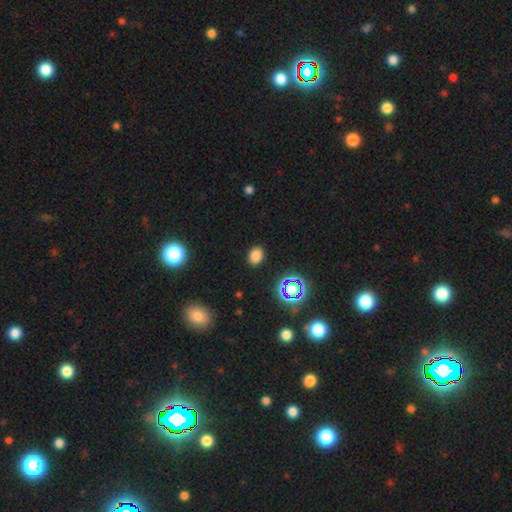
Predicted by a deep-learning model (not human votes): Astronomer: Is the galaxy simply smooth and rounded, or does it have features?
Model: smooth — 77%.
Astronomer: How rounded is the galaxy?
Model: in between — 63%.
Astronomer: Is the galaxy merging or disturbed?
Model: none — 88%.